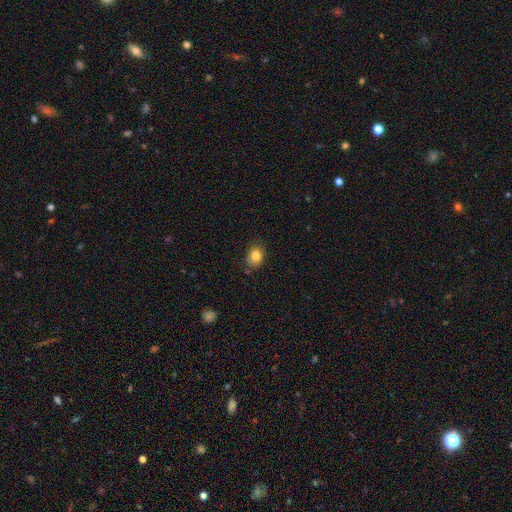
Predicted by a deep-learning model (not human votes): Smooth or featured? smooth (82%)
How rounded? in between (57%)
Merging? none (75%)